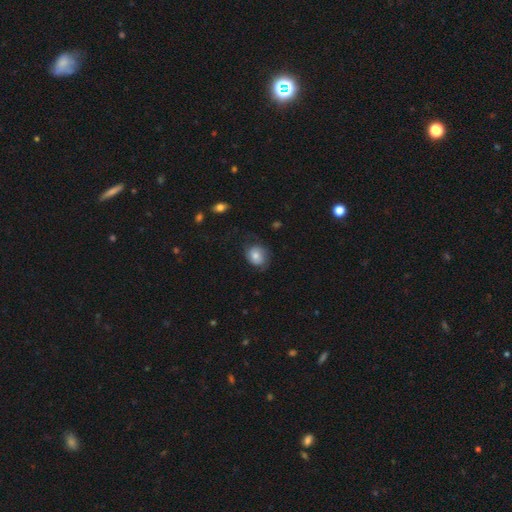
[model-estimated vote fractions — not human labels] This is likely a smooth galaxy (65%). How rounded: possibly round (57%). Merging: possibly none (59%).